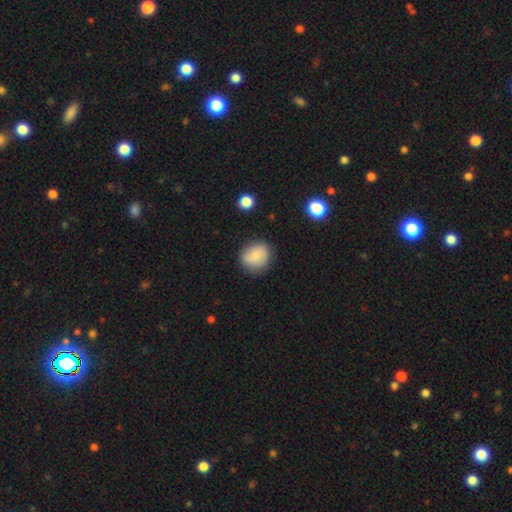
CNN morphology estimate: The model was most divided on "how rounded": round: 76%, in between: 23%, cigar-shaped: 1%. More confident: merging — none (80%); smooth or featured — smooth (75%).